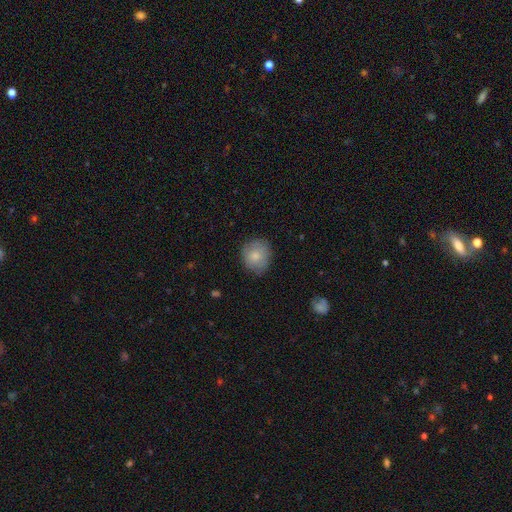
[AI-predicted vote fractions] Q: Smooth or featured?
A: smooth (79%); runner-up: featured or disk (14%)
Q: How rounded?
A: round (81%); runner-up: in between (18%)
Q: Merging?
A: none (77%); runner-up: minor disturbance (18%)